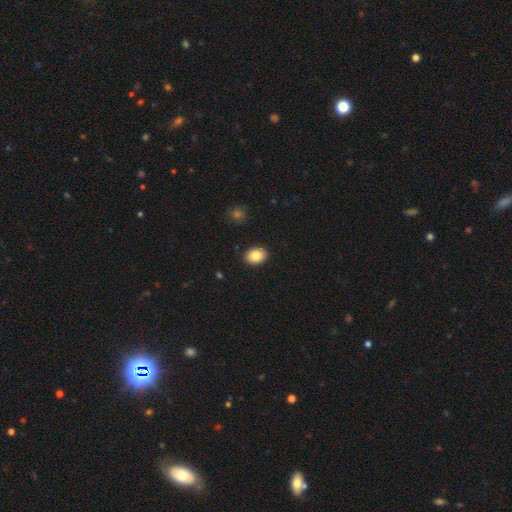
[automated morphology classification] Q: Smooth or featured?
A: smooth (85%); runner-up: star or artifact (8%)
Q: How rounded?
A: in between (72%); runner-up: round (27%)
Q: Merging?
A: none (90%); runner-up: minor disturbance (7%)